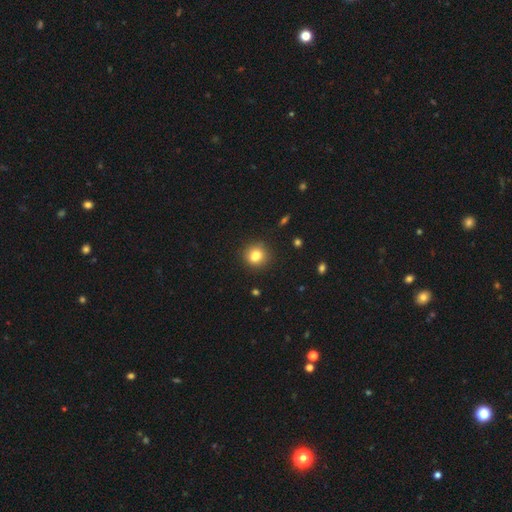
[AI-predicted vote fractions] Smooth or featured? smooth (82%)
How rounded? round (80%)
Merging? none (85%)